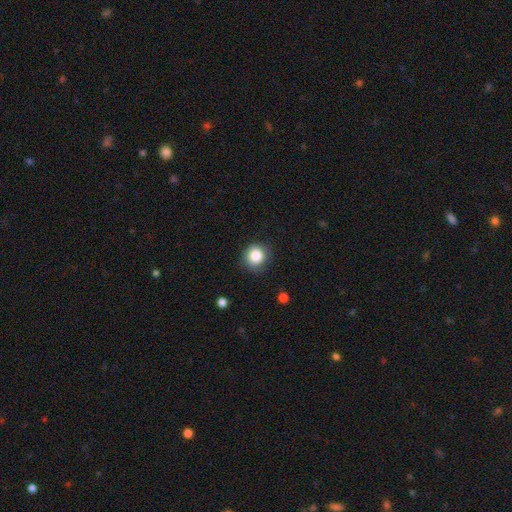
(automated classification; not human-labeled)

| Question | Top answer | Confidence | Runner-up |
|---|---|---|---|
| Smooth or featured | smooth | 85% | star or artifact (10%) |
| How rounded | round | 89% | in between (10%) |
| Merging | none | 82% | minor disturbance (13%) |